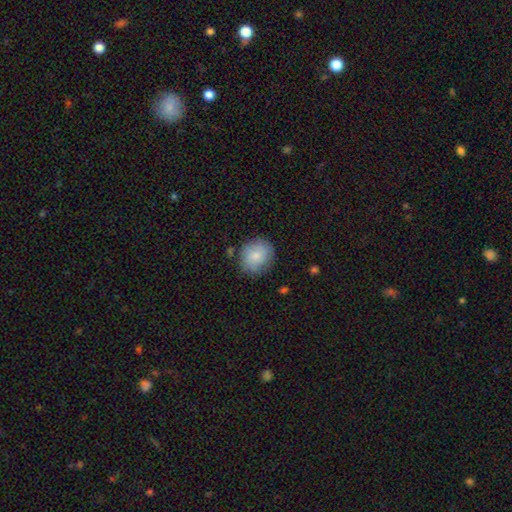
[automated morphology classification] A smooth galaxy with no disk features (81%) that is round (73%).

Vote fractions:
- Smooth or featured? smooth: 81% / featured or disk: 12% / star or artifact: 7%
- How rounded? round: 73% / in between: 26% / cigar-shaped: 1%
- Merging? none: 78% / minor disturbance: 16% / major disturbance: 4% / merger: 2%